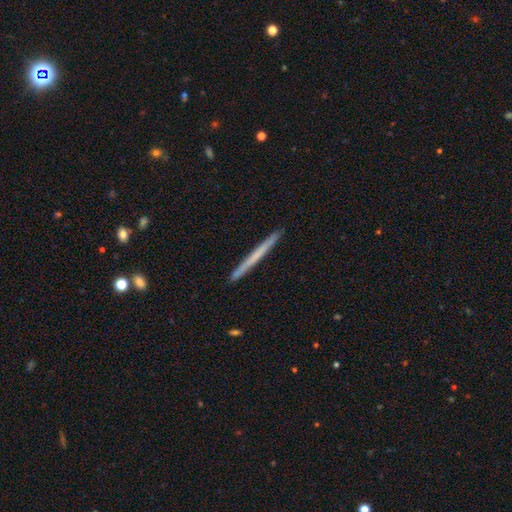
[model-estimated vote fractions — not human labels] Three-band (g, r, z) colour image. It shows a smooth galaxy with no disk features (50%) that is cigar-shaped (97%). Merging: none (92%).